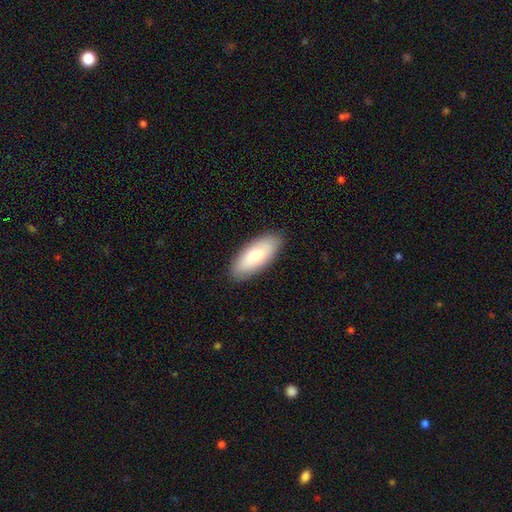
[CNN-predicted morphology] smooth-or-featured: smooth: 72% | featured or disk: 21% | star or artifact: 6%
  how-rounded: in between: 84% | cigar-shaped: 14% | round: 2%
  merging: none: 89% | minor disturbance: 8% | major disturbance: 2% | merger: 1%